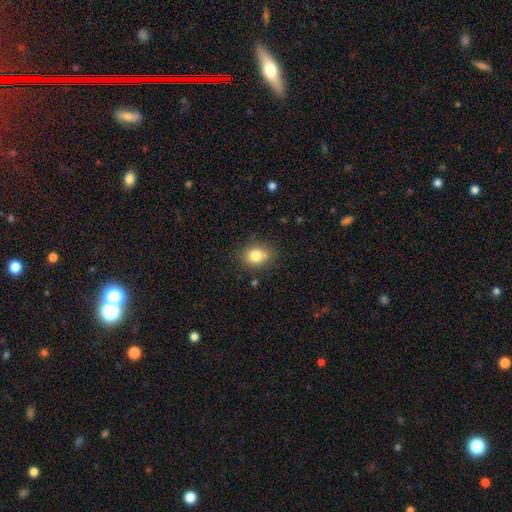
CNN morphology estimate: A smooth galaxy with no disk features (80%) that is in between round and cigar-shaped (52%). Merging: none (73%).